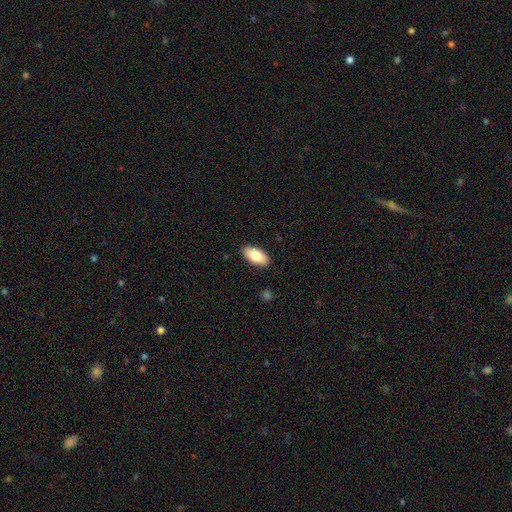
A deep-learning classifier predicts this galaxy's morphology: Overall: smooth (79%). How rounded: in between (90%). Merging: none (89%).